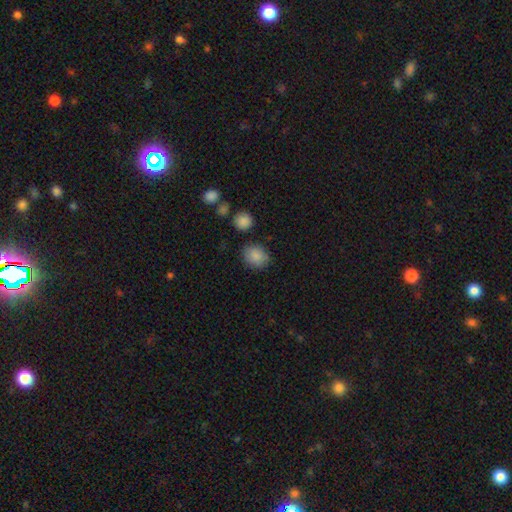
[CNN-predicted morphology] This is clearly a smooth galaxy (87%). How rounded: possibly round (52%). Merging: clearly none (81%).